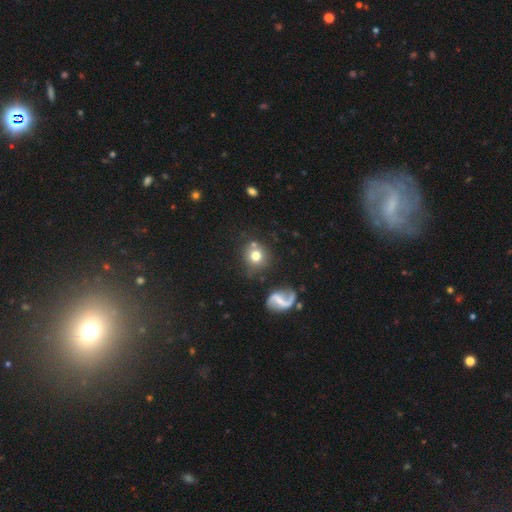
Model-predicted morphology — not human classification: Smooth or featured? Predicted: smooth (p=0.67). How rounded? Predicted: round (p=0.90). Merging? Predicted: none (p=0.72).